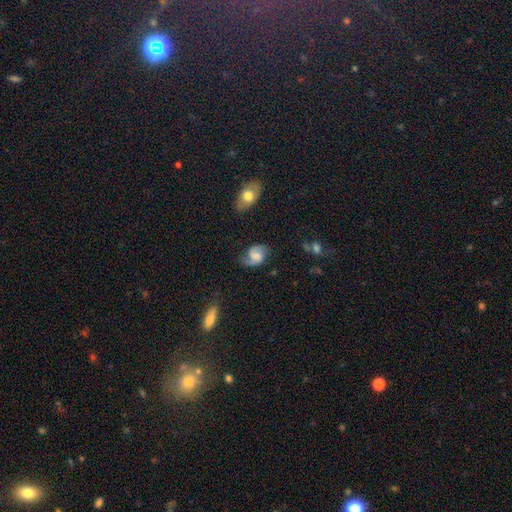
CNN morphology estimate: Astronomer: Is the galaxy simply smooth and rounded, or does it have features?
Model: featured or disk — 66%.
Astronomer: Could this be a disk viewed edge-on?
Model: no — 97%.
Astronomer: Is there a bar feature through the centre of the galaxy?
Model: weak — 45% (runner-up: no, 44%).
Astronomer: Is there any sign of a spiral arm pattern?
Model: yes — 92%.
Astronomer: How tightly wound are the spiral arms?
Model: medium — 45% (runner-up: loose, 39%).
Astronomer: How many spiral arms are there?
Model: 2 — 73%.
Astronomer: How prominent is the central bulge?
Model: none — 34% (runner-up: moderate, 27%).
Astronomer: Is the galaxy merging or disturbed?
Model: none — 59%.